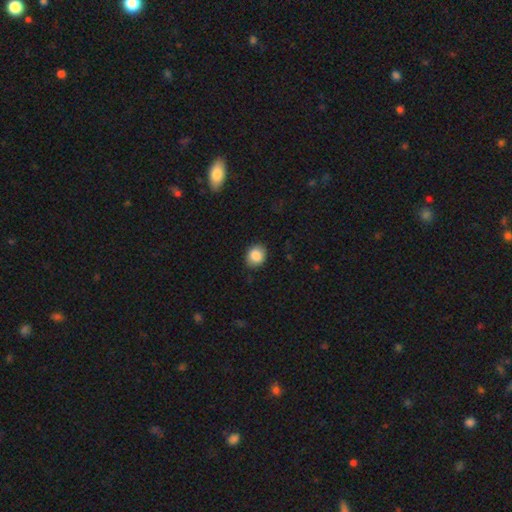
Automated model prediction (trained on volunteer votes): This is clearly a smooth galaxy (87%). How rounded: likely round (60%). Merging: clearly none (84%).